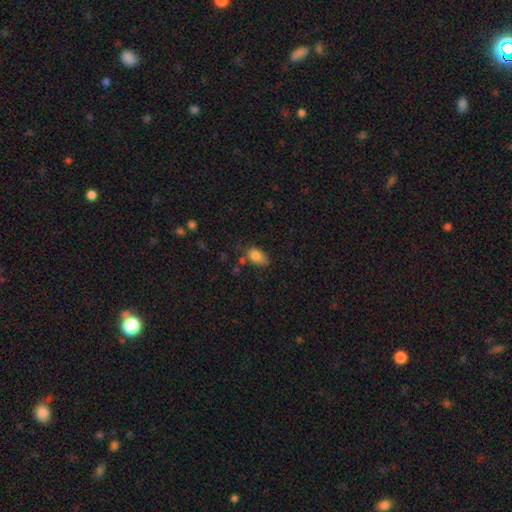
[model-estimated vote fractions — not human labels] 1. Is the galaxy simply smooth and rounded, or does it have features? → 83% smooth, 9% star or artifact, 8% featured or disk.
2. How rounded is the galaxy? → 87% in between, 10% round, 3% cigar-shaped.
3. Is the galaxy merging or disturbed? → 55% none, 30% minor disturbance, 8% major disturbance, 7% merger.